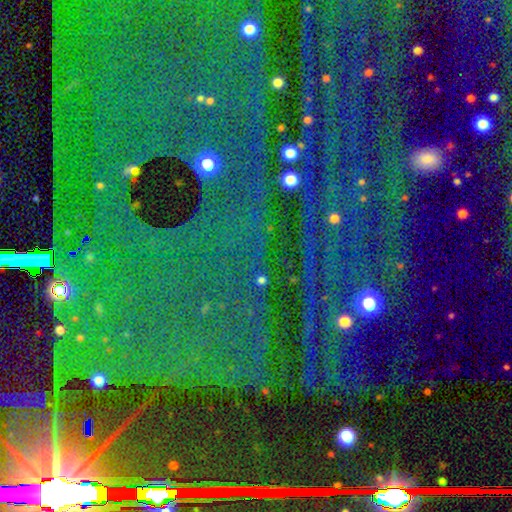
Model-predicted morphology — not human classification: A star or artifact, not a galaxy (85%).